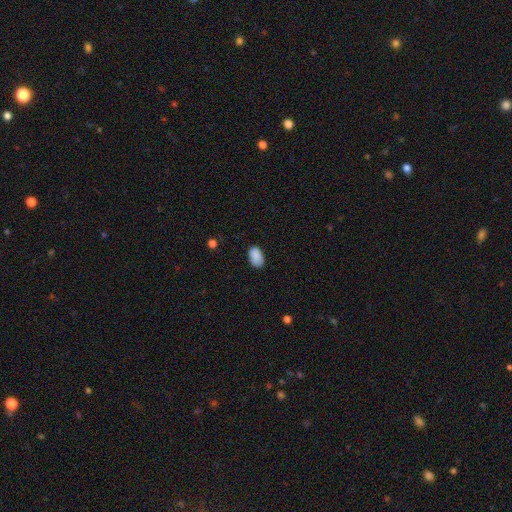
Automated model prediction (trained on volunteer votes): Smooth or featured? Predicted: smooth (p=0.89). How rounded? Predicted: in between (p=0.92). Merging? Predicted: none (p=0.82).